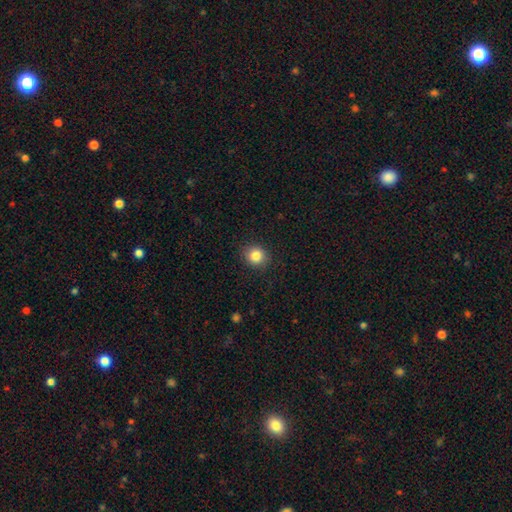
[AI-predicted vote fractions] Morphology: type=smooth (84%); roundness=round (83%); merging=none (89%).